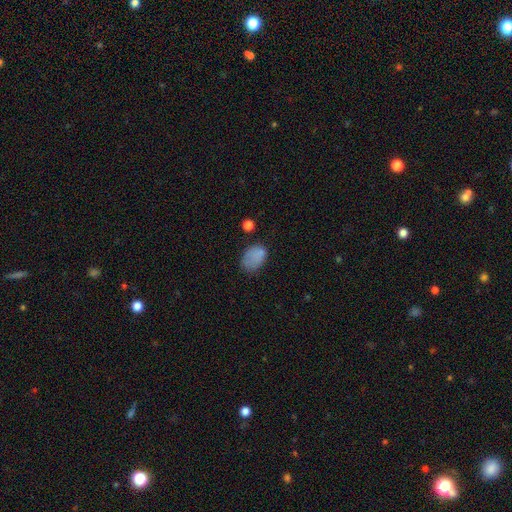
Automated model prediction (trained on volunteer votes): Smooth or featured?
  - smooth: 78% *
  - star or artifact: 12%
  - featured or disk: 10%
How rounded?
  - in between: 81% *
  - round: 17%
  - cigar-shaped: 1%
Merging?
  - none: 50% *
  - minor disturbance: 30%
  - major disturbance: 15%
  - merger: 5%